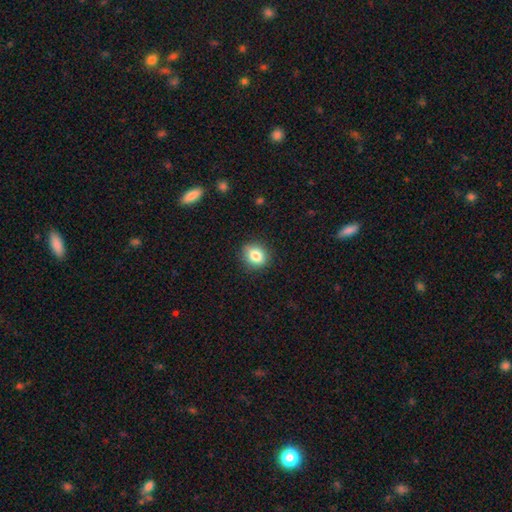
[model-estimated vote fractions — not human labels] smooth 83%, star or artifact 10%, featured or disk 7%. Down the decision tree: how rounded — round (61%); merging — none (88%).